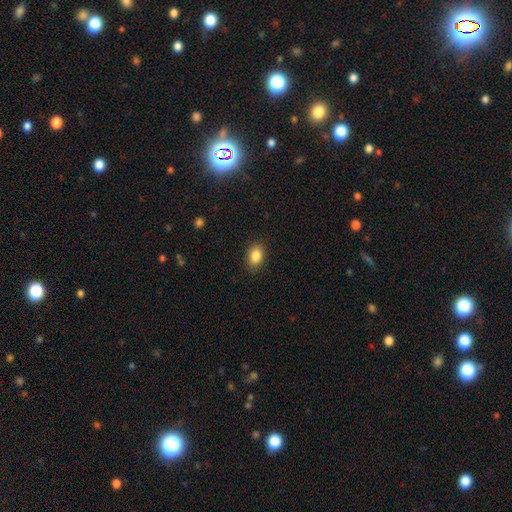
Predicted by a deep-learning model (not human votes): This appears to be a smooth galaxy with no disk features (86%) that is in between round and cigar-shaped (82%). Merging: none (88%).